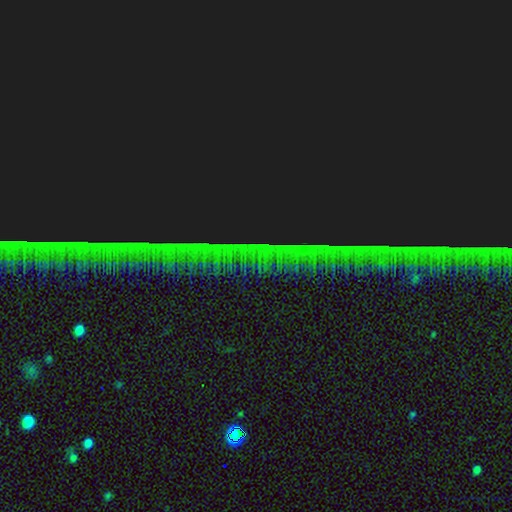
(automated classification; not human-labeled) smooth-or-featured: star or artifact: 88% | featured or disk: 7% | smooth: 6%